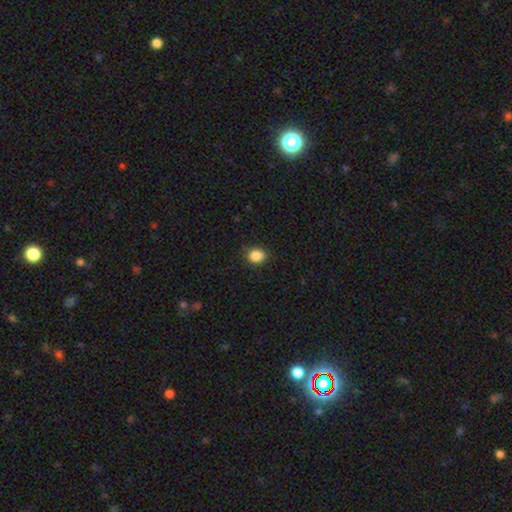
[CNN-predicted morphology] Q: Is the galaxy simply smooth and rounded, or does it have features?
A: smooth — 87%.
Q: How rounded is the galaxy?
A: round — 59%.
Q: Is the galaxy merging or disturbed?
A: none — 85%.